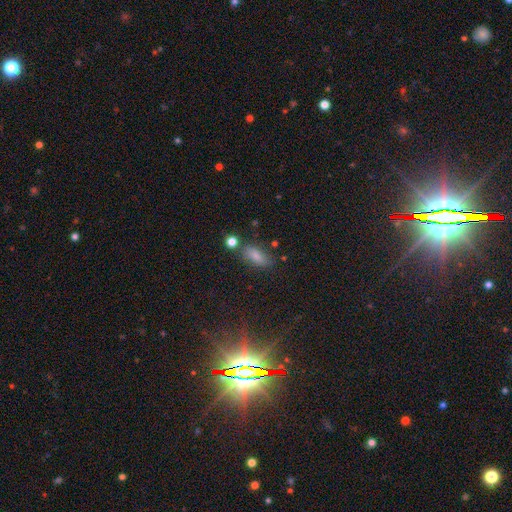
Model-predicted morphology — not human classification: Q: Smooth or featured?
A: smooth (78%); runner-up: star or artifact (11%)
Q: How rounded?
A: in between (82%); runner-up: cigar-shaped (12%)
Q: Merging?
A: none (70%); runner-up: minor disturbance (18%)